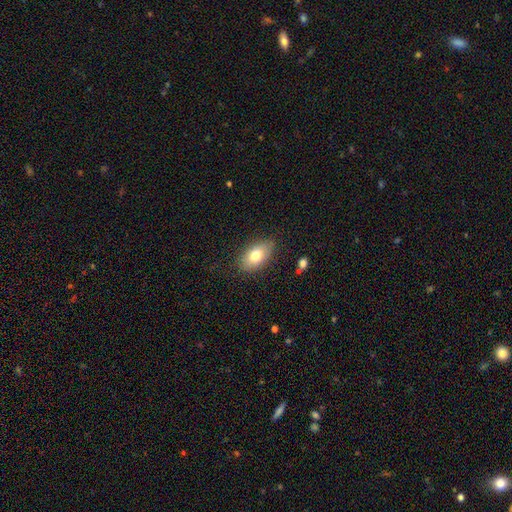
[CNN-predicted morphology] type=smooth (77%); roundness=in between (91%); merging=none (82%).